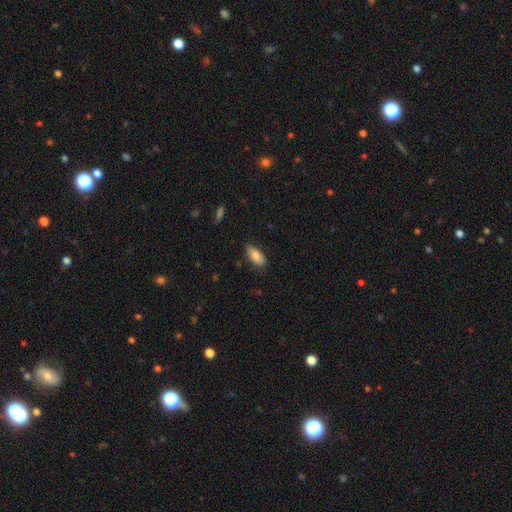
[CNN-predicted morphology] Q: Smooth or featured?
A: smooth (81%); runner-up: featured or disk (12%)
Q: How rounded?
A: in between (87%); runner-up: cigar-shaped (11%)
Q: Merging?
A: none (74%); runner-up: minor disturbance (21%)